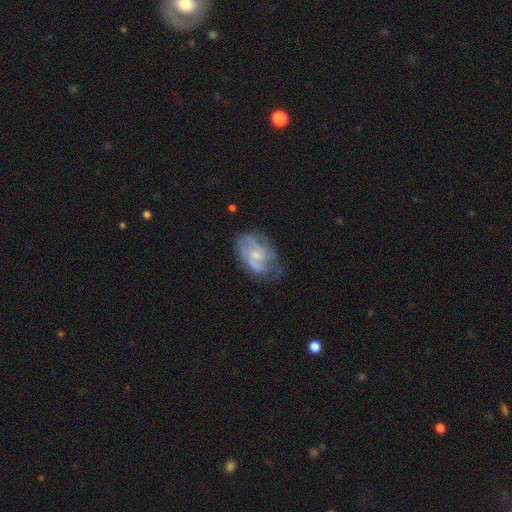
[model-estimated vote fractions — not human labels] smooth-or-featured: featured or disk: 72% | smooth: 21% | star or artifact: 7%
  disk-edge-on: no: 97% | yes: 3%
    bar: no: 54% | weak: 41% | strong: 6%
    has-spiral-arms: yes: 82% | no: 18%
      spiral-winding: medium: 43% | tight: 39% | loose: 18%
      spiral-arm-count: can't tell: 38% | 2: 33% | 3: 16% | 1: 6% | 4: 5% | more than 4: 3%
    bulge-size: small: 51% | moderate: 31% | none: 14% | large: 2% | dominant: 1%
  merging: none: 59% | minor disturbance: 25% | major disturbance: 14% | merger: 2%